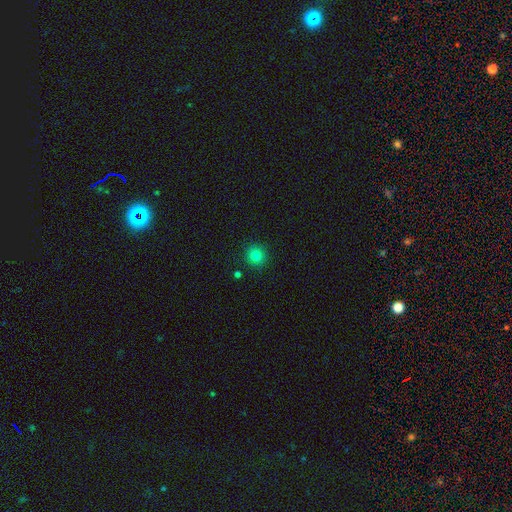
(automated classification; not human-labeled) Overall: smooth (81%). How rounded: round (94%). Merging: none (90%).